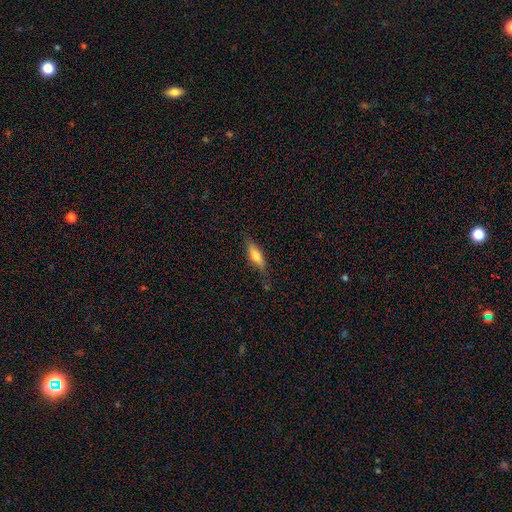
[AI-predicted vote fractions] Morphology: type=smooth (68%); roundness=in between (50%); merging=none (72%).